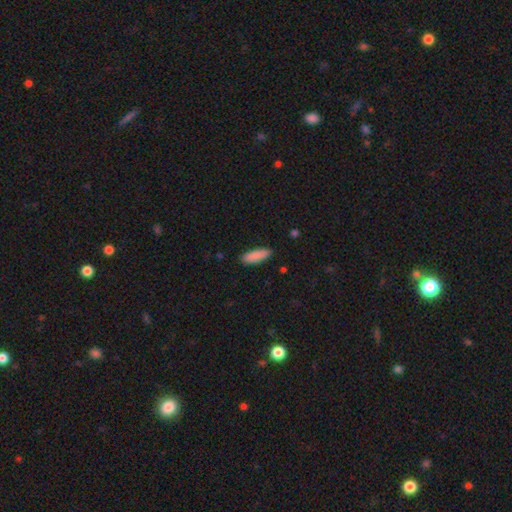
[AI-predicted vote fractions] smooth_or_featured: smooth (p=0.89) [alt: star or artifact p=0.06]
how_rounded: in between (p=0.54) [alt: cigar-shaped p=0.45]
merging: none (p=0.88) [alt: minor disturbance p=0.09]